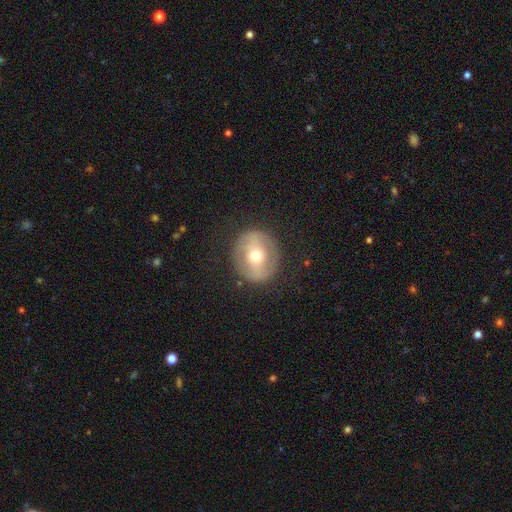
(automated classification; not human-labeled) This is possibly a featured or disk galaxy (56%). It is clearly not viewed edge-on (93%). Bar: marginally strong (43%). Spiral arm pattern: likely no (72%). Central bulge: likely moderate (68%). Merging: clearly none (84%).